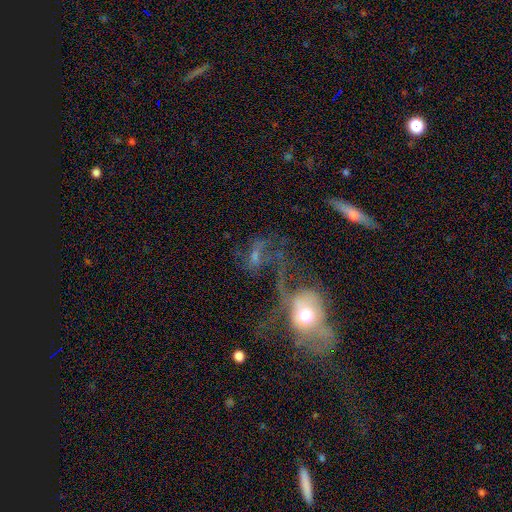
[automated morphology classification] A featured or disk galaxy (55%) with no bar (61%), spiral arms (52%) and a moderate central bulge (52%). Merging: major disturbance (43%).